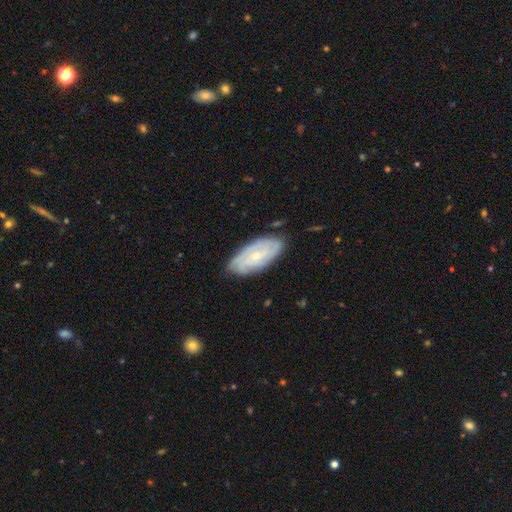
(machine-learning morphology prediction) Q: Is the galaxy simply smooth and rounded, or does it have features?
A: featured or disk — 65%.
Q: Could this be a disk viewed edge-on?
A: no — 92%.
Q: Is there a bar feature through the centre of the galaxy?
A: no — 62%.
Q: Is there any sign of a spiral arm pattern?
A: yes — 87%.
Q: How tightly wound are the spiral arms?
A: tight — 68%.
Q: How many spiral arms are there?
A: can't tell — 47%.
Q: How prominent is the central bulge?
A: small — 71%.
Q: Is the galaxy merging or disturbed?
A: none — 80%.